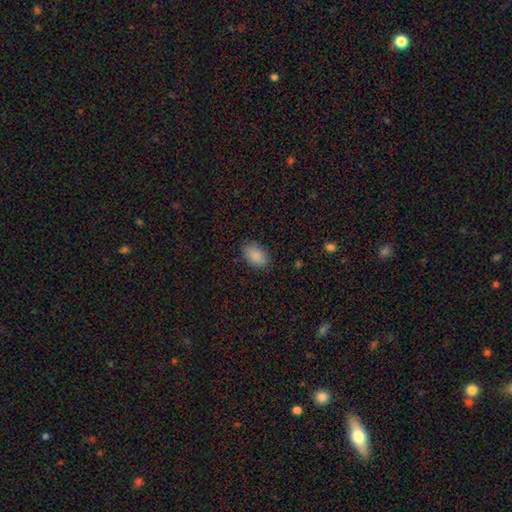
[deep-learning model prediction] Q: Smooth or featured?
A: smooth (88%); runner-up: star or artifact (7%)
Q: How rounded?
A: in between (89%); runner-up: round (10%)
Q: Merging?
A: none (84%); runner-up: minor disturbance (12%)